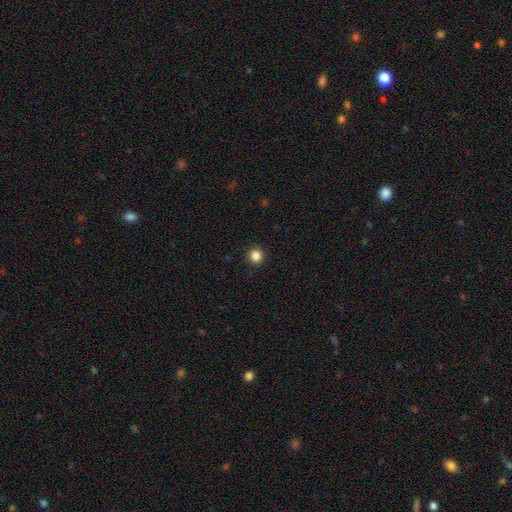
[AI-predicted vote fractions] Smooth or featured?
  - smooth: 85% *
  - star or artifact: 11%
  - featured or disk: 3%
How rounded?
  - round: 90% *
  - in between: 9%
  - cigar-shaped: 1%
Merging?
  - none: 91% *
  - minor disturbance: 6%
  - major disturbance: 2%
  - merger: 1%